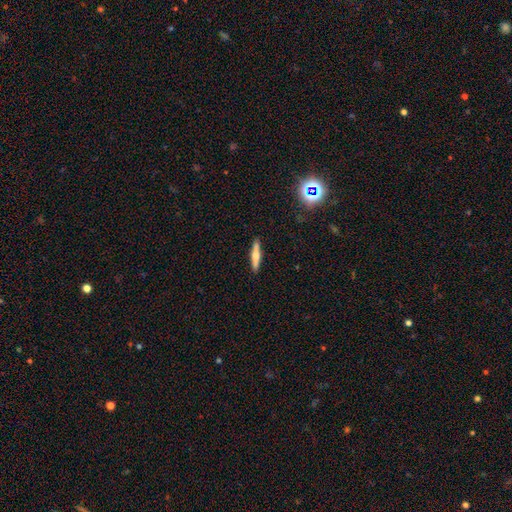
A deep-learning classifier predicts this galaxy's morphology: Smooth or featured? smooth (57%)
How rounded? cigar-shaped (88%)
Merging? none (89%)